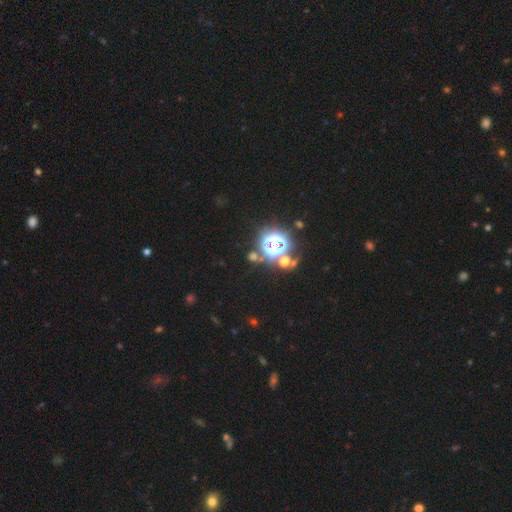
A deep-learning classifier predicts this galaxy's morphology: Smooth or featured? star or artifact (73%)